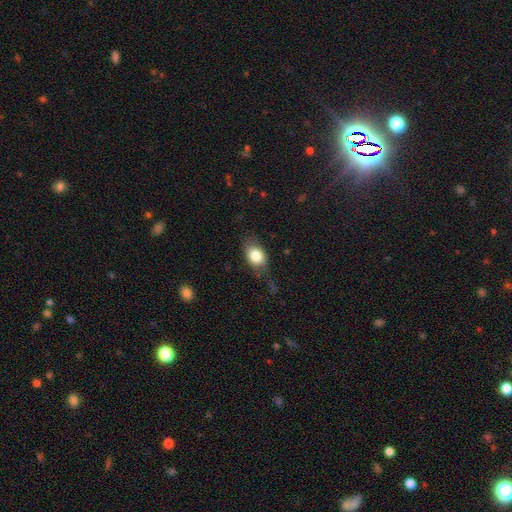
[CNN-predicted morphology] Smooth or featured? smooth (79%)
How rounded? in between (67%)
Merging? none (60%)